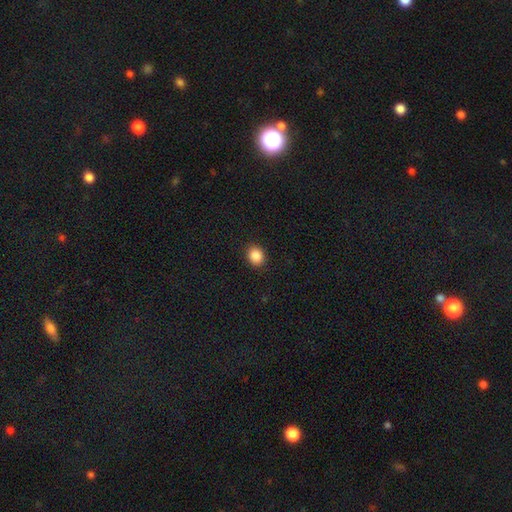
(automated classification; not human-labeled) Smooth or featured? smooth (87%)
How rounded? round (68%)
Merging? none (91%)